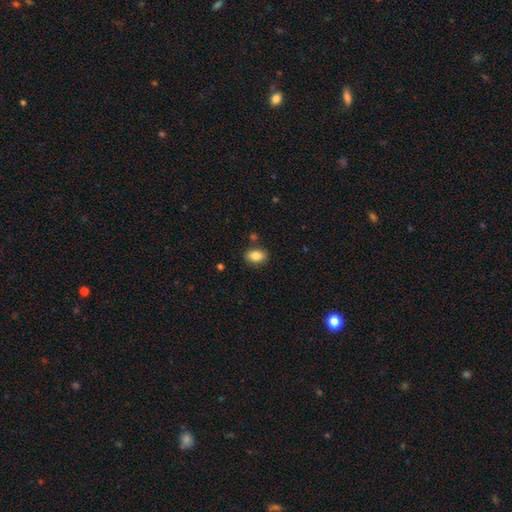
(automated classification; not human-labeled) This appears to be a smooth galaxy with no disk features (85%) that is in between round and cigar-shaped (83%). Merging: none (83%).